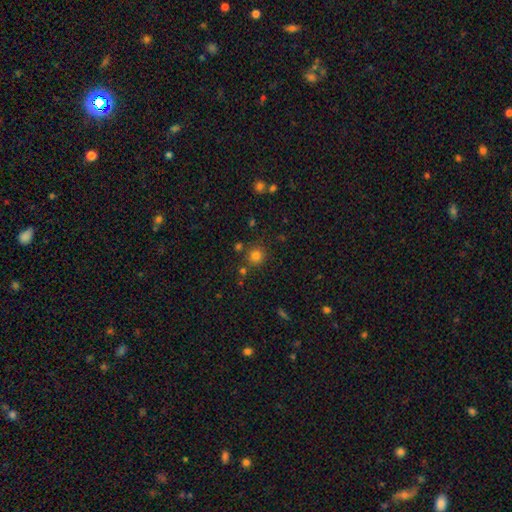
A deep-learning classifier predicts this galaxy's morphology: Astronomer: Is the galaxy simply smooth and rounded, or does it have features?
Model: smooth — 78%.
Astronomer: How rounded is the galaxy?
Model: round — 91%.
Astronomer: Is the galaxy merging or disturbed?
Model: none — 79%.